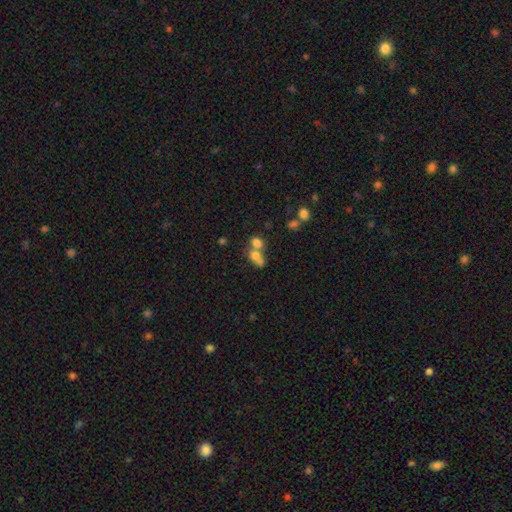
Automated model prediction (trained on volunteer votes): This is likely a smooth galaxy (70%). How rounded: possibly in between (54%). Merging: likely merger (60%).